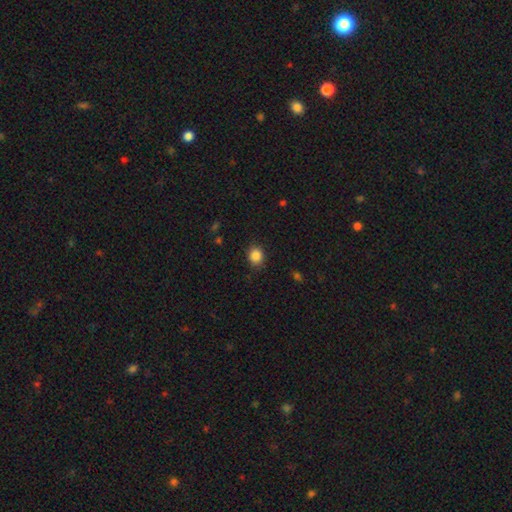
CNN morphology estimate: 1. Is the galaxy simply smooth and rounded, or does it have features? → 86% smooth, 10% star or artifact, 3% featured or disk.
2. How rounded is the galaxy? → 74% round, 25% in between, 1% cigar-shaped.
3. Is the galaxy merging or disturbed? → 87% none, 9% minor disturbance, 3% major disturbance, 1% merger.